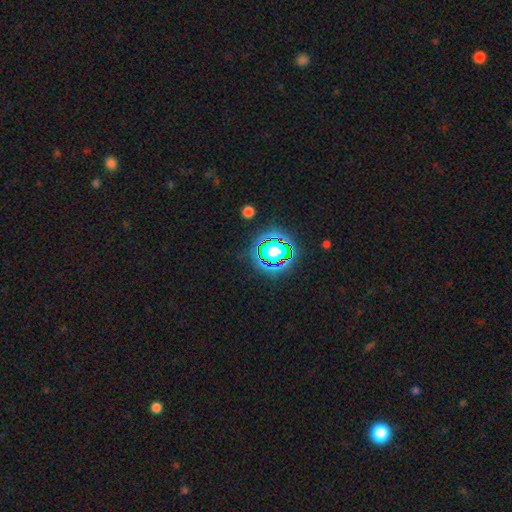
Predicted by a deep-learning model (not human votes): Smooth or featured? Predicted: star or artifact (p=0.82).